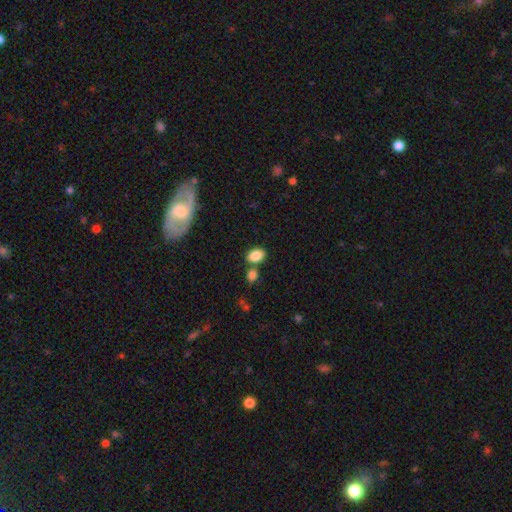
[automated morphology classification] Q: Smooth or featured?
A: smooth (85%); runner-up: star or artifact (8%)
Q: How rounded?
A: in between (83%); runner-up: round (15%)
Q: Merging?
A: none (66%); runner-up: merger (18%)